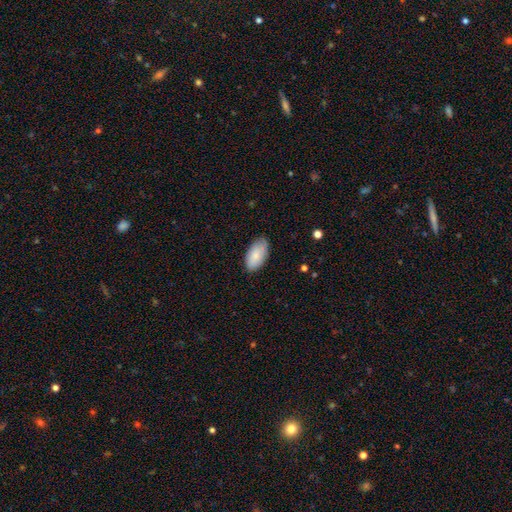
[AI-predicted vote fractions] smooth-or-featured: smooth: 84% | featured or disk: 10% | star or artifact: 6%
  how-rounded: in between: 96% | round: 2% | cigar-shaped: 2%
  merging: none: 79% | minor disturbance: 17% | major disturbance: 3% | merger: 1%